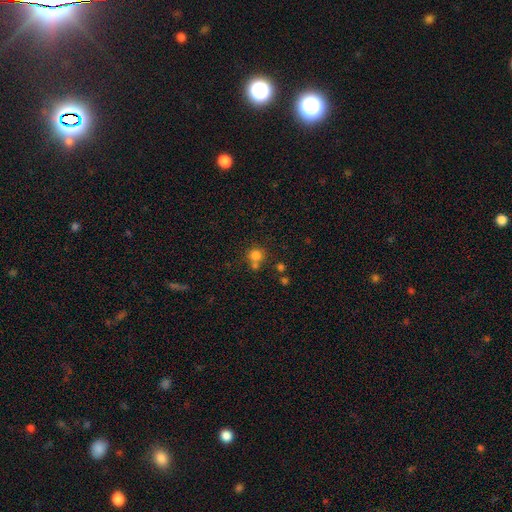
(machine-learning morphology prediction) smooth_or_featured: smooth (p=0.78) [alt: star or artifact p=0.14]
how_rounded: round (p=0.88) [alt: in between p=0.11]
merging: none (p=0.58) [alt: merger p=0.29]